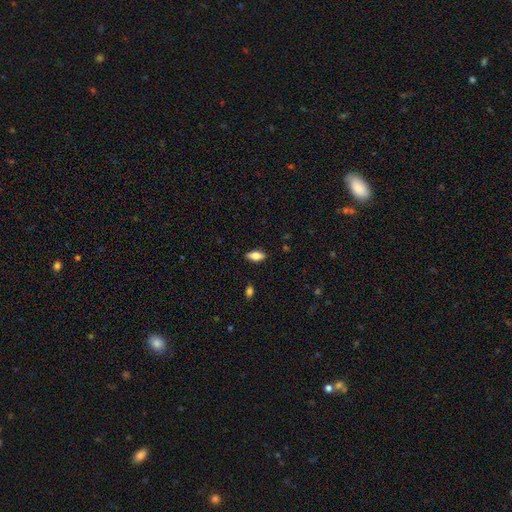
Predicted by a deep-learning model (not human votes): Smooth or featured: smooth — 74% (featured or disk — 19%)
How rounded: in between — 83% (cigar-shaped — 14%)
Merging: none — 87% (minor disturbance — 9%)